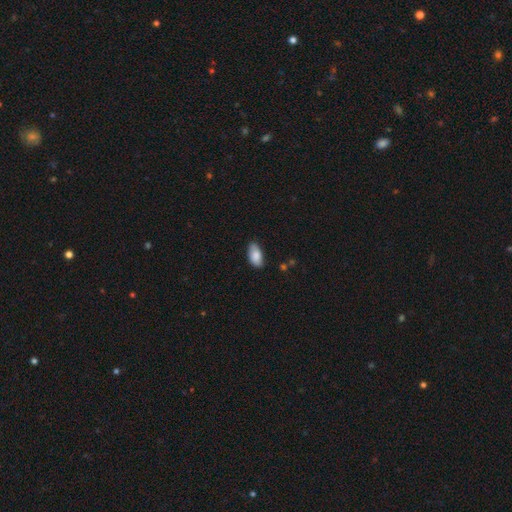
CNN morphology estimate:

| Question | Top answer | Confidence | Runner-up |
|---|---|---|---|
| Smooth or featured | smooth | 86% | featured or disk (8%) |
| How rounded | in between | 93% | cigar-shaped (4%) |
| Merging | none | 72% | minor disturbance (23%) |